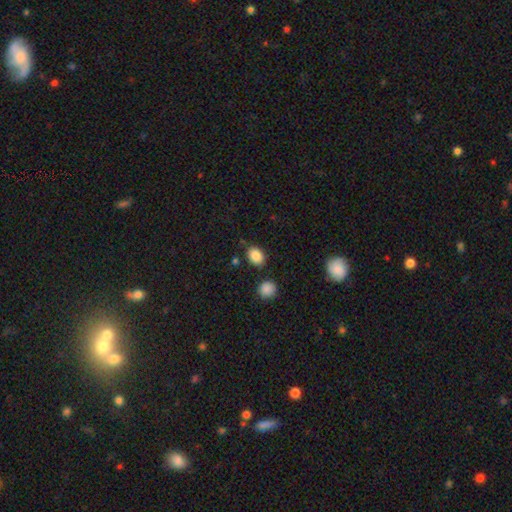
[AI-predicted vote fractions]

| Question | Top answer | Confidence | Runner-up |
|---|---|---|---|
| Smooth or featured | smooth | 86% | star or artifact (9%) |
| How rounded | in between | 66% | round (33%) |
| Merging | none | 80% | minor disturbance (12%) |